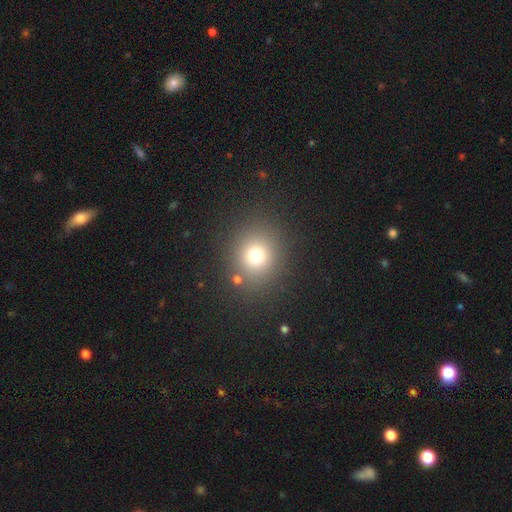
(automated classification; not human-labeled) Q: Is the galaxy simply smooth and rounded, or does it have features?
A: smooth — 74%.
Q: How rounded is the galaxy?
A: round — 78%.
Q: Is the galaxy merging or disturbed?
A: none — 83%.